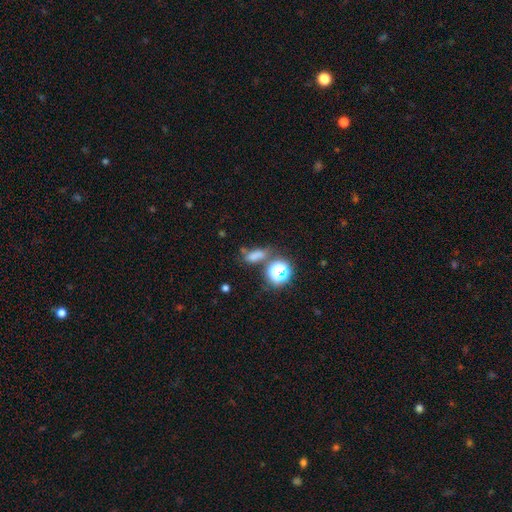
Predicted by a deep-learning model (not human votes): Smooth or featured? Predicted: smooth (p=0.65). How rounded? Predicted: in between (p=0.59). Merging? Predicted: none (p=0.53).